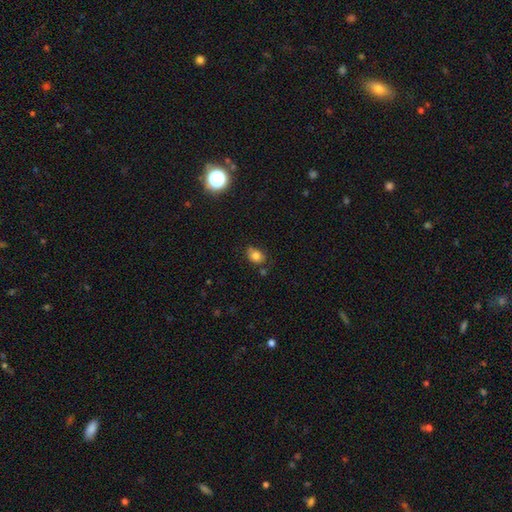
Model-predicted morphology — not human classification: Q: Smooth or featured?
A: smooth (80%); runner-up: star or artifact (11%)
Q: How rounded?
A: in between (70%); runner-up: round (28%)
Q: Merging?
A: none (68%); runner-up: minor disturbance (22%)